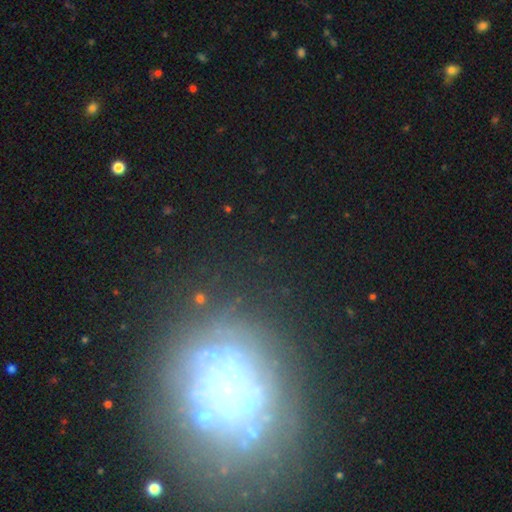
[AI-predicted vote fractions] featured or disk 54%, star or artifact 27%, smooth 18%. Down the decision tree: edge-on disk — no (94%); bar — no (81%); spiral arms — no (70%); bulge size — none (46%); merging — none (58%).